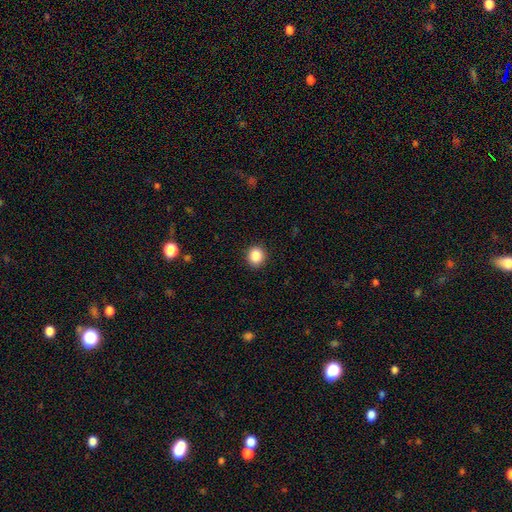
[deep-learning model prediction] A smooth galaxy with no disk features (87%) that is round (81%). Merging: none (91%).